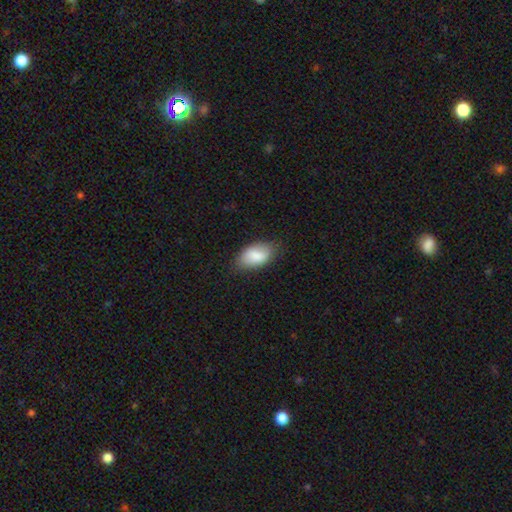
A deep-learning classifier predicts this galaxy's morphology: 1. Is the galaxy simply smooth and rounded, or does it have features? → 84% smooth, 10% featured or disk, 6% star or artifact.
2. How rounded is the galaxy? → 93% in between, 5% round, 2% cigar-shaped.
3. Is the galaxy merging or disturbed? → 77% none, 18% minor disturbance, 4% major disturbance, 1% merger.